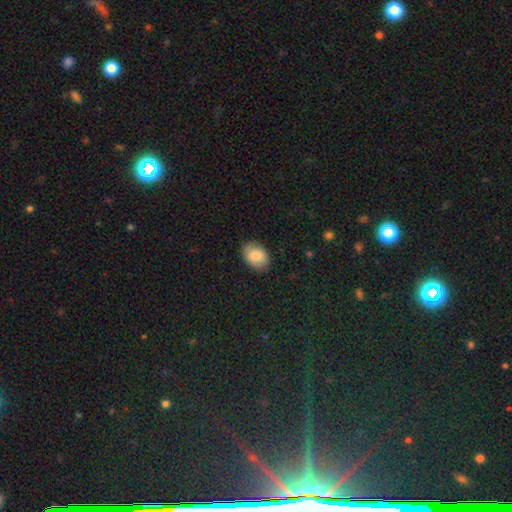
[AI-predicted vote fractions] This appears to be a smooth galaxy with no disk features (84%) that is in between round and cigar-shaped (81%). Merging: none (84%).